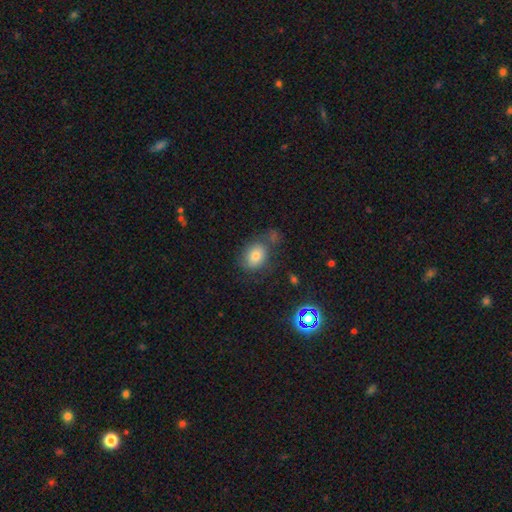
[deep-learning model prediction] This is likely a smooth galaxy (78%). How rounded: likely in between (61%). Merging: possibly none (58%).